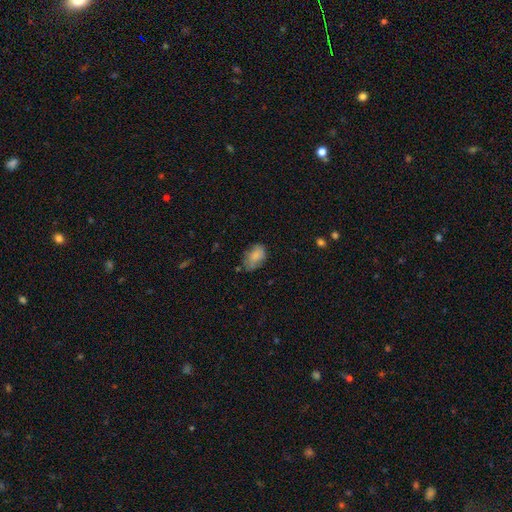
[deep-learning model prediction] smooth_or_featured: smooth (p=0.80) [alt: featured or disk p=0.12]
how_rounded: in between (p=0.89) [alt: round p=0.09]
merging: none (p=0.59) [alt: minor disturbance p=0.30]